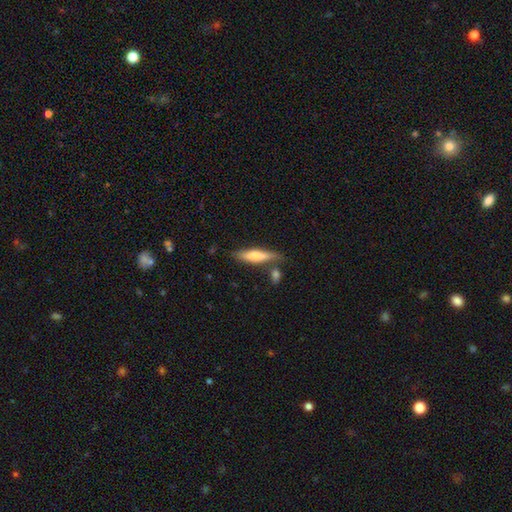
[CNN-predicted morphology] Smooth or featured?
  - smooth: 65% *
  - featured or disk: 29%
  - star or artifact: 6%
How rounded?
  - cigar-shaped: 75% *
  - in between: 24%
  - round: 2%
Merging?
  - none: 67% *
  - minor disturbance: 17%
  - merger: 12%
  - major disturbance: 4%